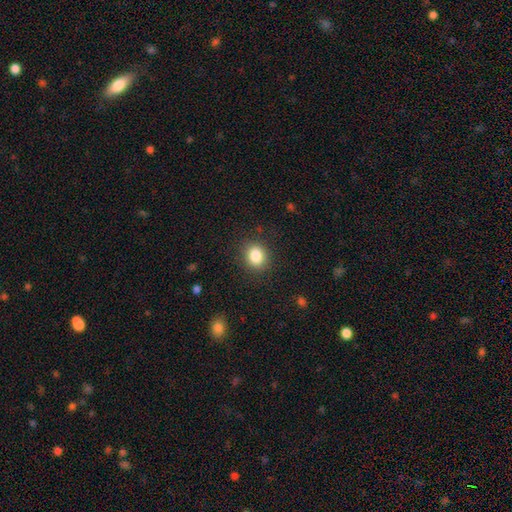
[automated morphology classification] A smooth galaxy with no disk features (85%) that is round (62%).

Vote fractions:
- Smooth or featured? smooth: 85% / star or artifact: 10% / featured or disk: 5%
- How rounded? round: 62% / in between: 37% / cigar-shaped: 1%
- Merging? none: 87% / minor disturbance: 9% / major disturbance: 3% / merger: 1%